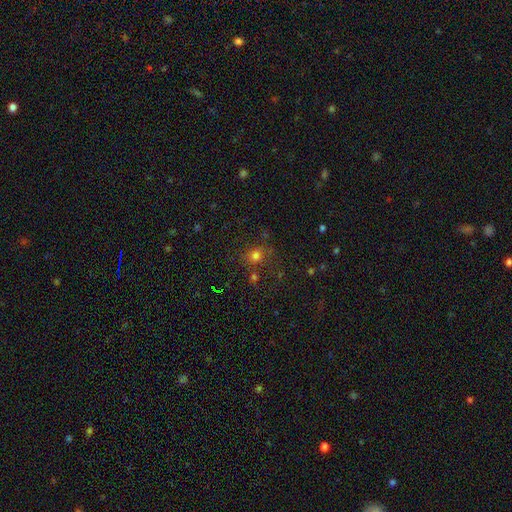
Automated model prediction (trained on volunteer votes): The model was most divided on "smooth or featured": smooth: 66%, star or artifact: 25%, featured or disk: 9%. More confident: how rounded — round (73%); merging — none (70%).